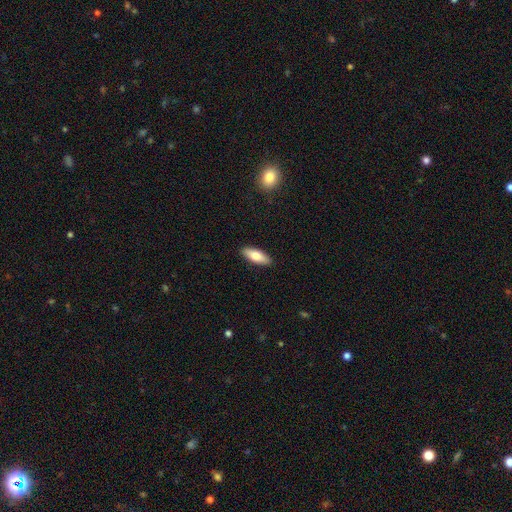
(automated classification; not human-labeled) Q: Smooth or featured?
A: smooth (77%); runner-up: featured or disk (17%)
Q: How rounded?
A: in between (70%); runner-up: cigar-shaped (28%)
Q: Merging?
A: none (90%); runner-up: minor disturbance (7%)